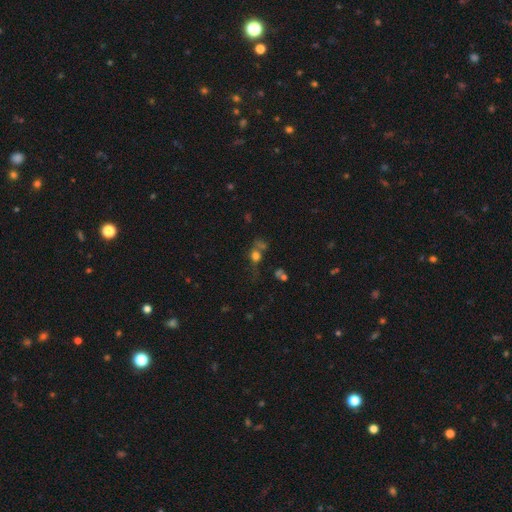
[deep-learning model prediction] Smooth or featured: smooth — 61% (star or artifact — 22%)
How rounded: round — 70% (in between — 27%)
Merging: none — 37% (merger — 33%)